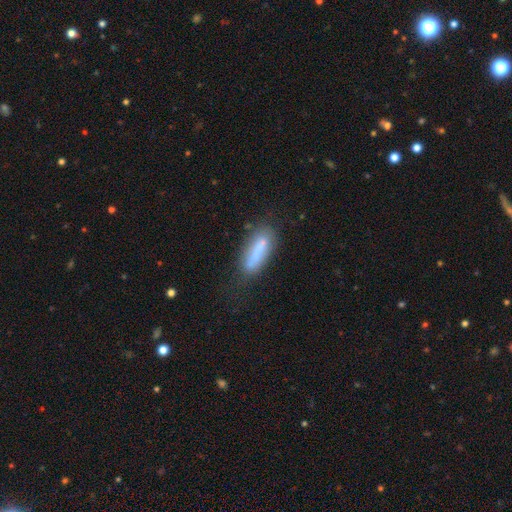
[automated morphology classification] Smooth or featured? smooth (70%)
How rounded? in between (52%)
Merging? none (56%)